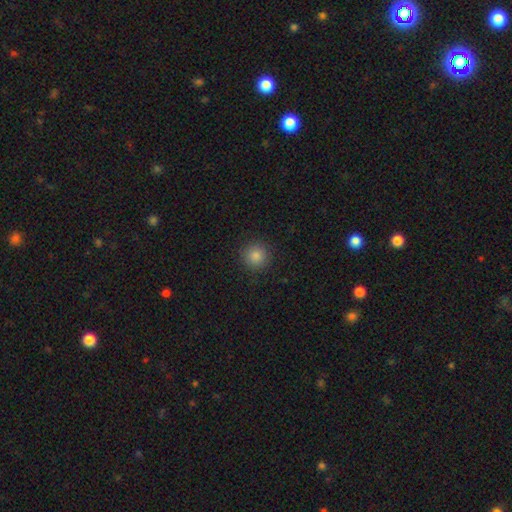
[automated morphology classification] This appears to be a smooth galaxy with no disk features (84%) that is round (95%). Merging: none (92%).